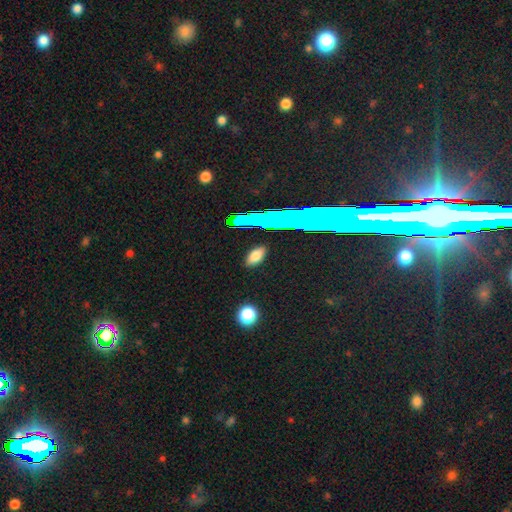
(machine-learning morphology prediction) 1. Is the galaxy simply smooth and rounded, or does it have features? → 77% smooth, 12% star or artifact, 11% featured or disk.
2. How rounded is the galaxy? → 87% in between, 7% round, 6% cigar-shaped.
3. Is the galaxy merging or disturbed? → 85% none, 10% minor disturbance, 3% major disturbance, 2% merger.